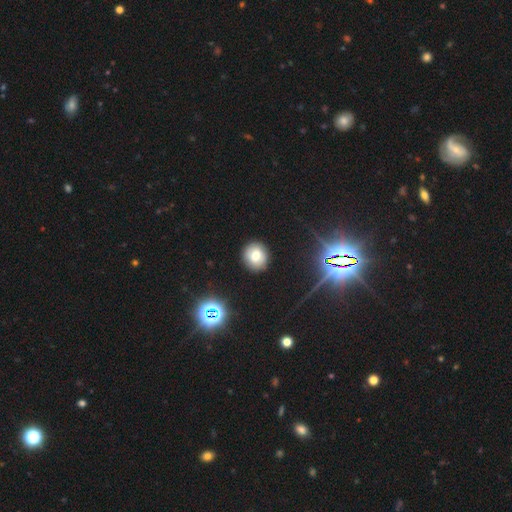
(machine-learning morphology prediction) Q: Smooth or featured?
A: smooth (71%); runner-up: star or artifact (16%)
Q: How rounded?
A: round (89%); runner-up: in between (10%)
Q: Merging?
A: none (90%); runner-up: minor disturbance (7%)